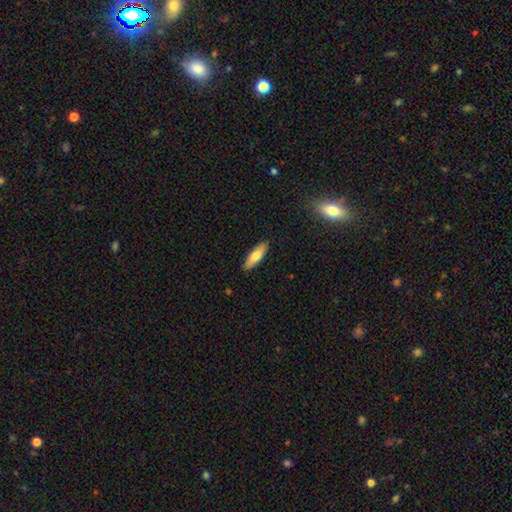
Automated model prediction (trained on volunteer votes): Q: Smooth or featured?
A: smooth (77%); runner-up: featured or disk (17%)
Q: How rounded?
A: in between (52%); runner-up: cigar-shaped (46%)
Q: Merging?
A: none (89%); runner-up: minor disturbance (9%)